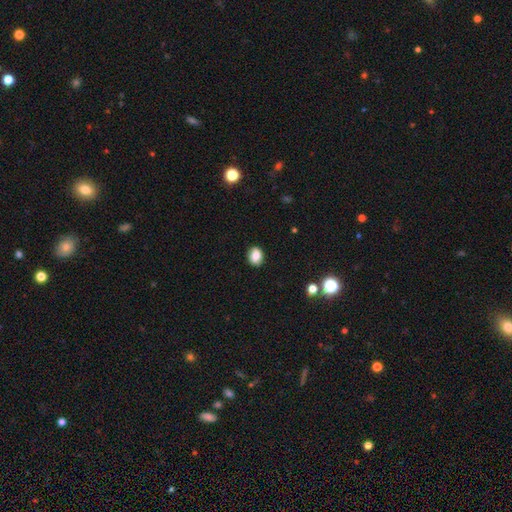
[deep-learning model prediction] Smooth or featured? smooth (81%)
How rounded? in between (56%)
Merging? none (88%)